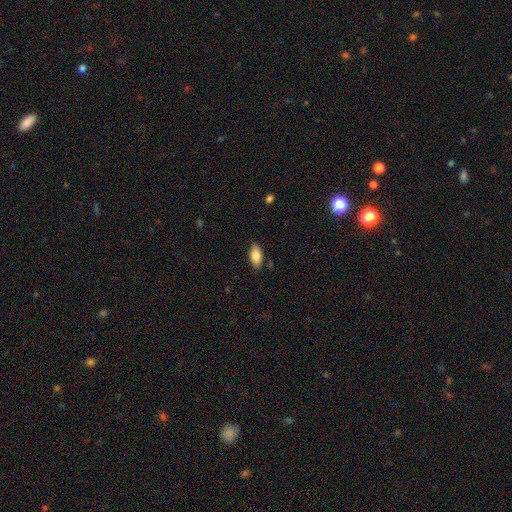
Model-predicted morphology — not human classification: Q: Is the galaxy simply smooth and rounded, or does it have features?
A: smooth — 82%.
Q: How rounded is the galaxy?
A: in between — 90%.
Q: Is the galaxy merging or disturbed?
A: none — 84%.